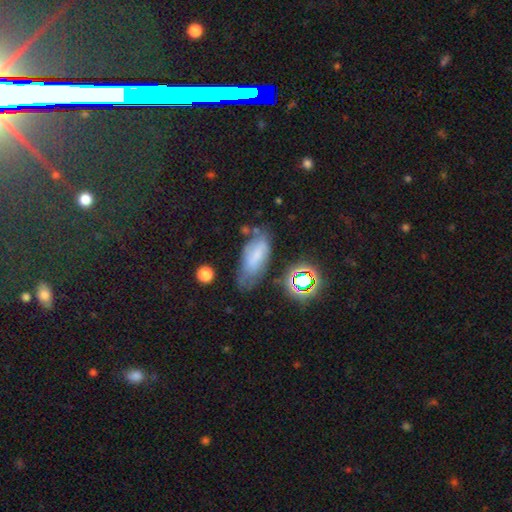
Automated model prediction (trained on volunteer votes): Smooth or featured? Predicted: smooth (p=0.62). How rounded? Predicted: in between (p=0.84). Merging? Predicted: none (p=0.49).